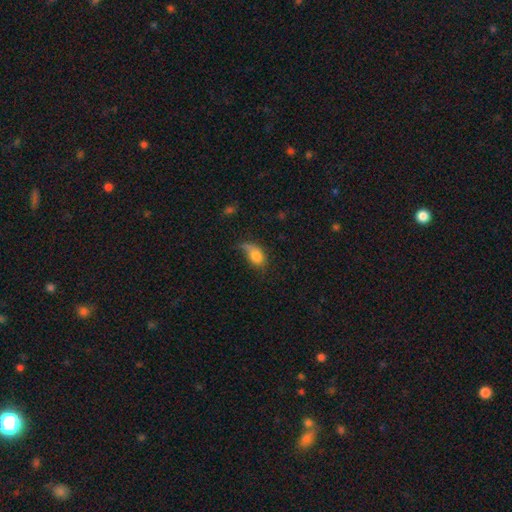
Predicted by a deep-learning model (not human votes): smooth-or-featured: smooth: 75% | featured or disk: 17% | star or artifact: 9%
  how-rounded: in between: 82% | round: 14% | cigar-shaped: 4%
  merging: minor disturbance: 33% | none: 32% | major disturbance: 30% | merger: 6%